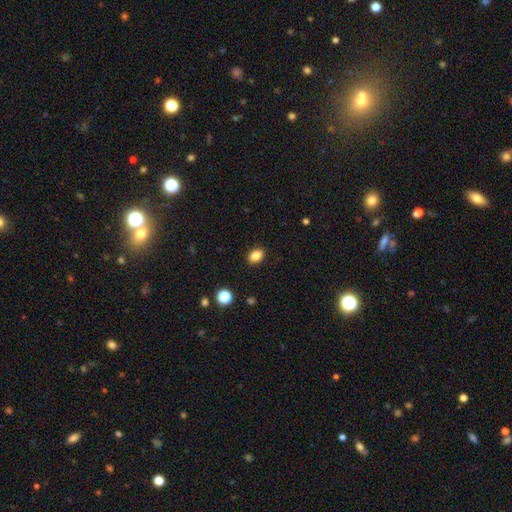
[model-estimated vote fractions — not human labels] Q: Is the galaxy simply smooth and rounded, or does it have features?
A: smooth — 85%.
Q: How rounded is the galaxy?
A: in between — 71%.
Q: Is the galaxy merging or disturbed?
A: none — 90%.